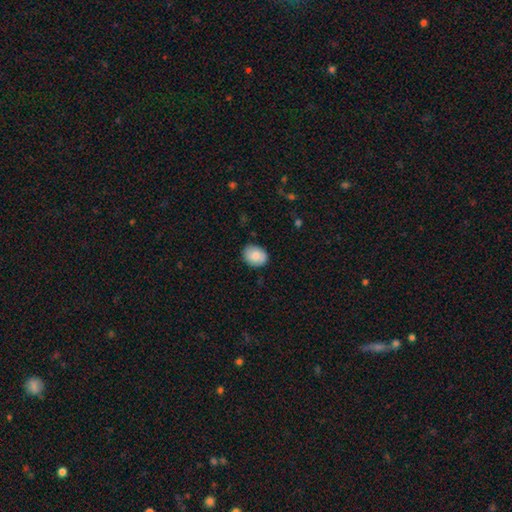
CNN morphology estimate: Smooth or featured: smooth — 83% (featured or disk — 10%)
How rounded: in between — 55% (round — 44%)
Merging: none — 84% (minor disturbance — 12%)